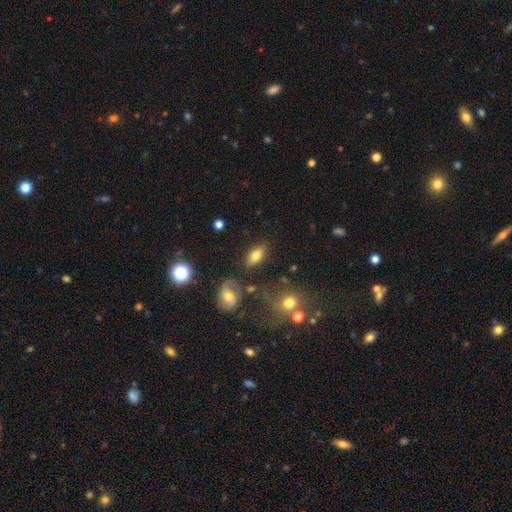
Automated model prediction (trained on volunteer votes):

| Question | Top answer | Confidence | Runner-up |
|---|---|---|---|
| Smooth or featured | smooth | 75% | featured or disk (16%) |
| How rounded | in between | 84% | cigar-shaped (10%) |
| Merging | none | 77% | minor disturbance (13%) |